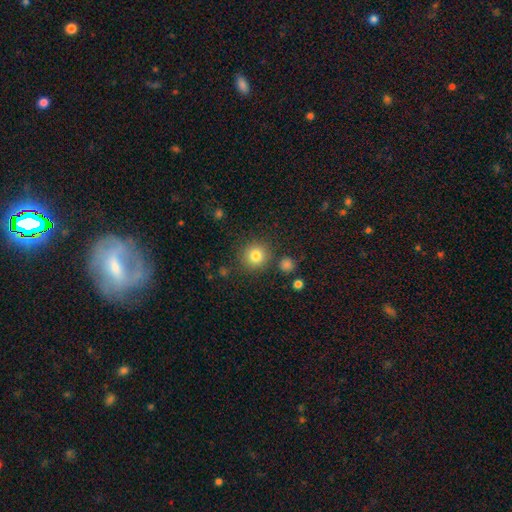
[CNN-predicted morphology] Overall: smooth (82%). How rounded: round (92%). Merging: none (85%).